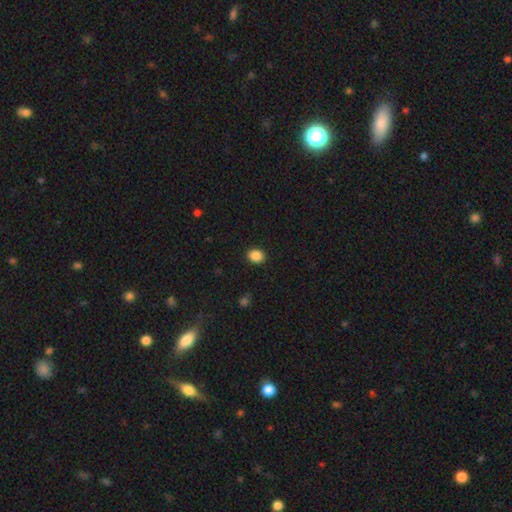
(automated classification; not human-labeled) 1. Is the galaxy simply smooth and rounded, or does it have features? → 87% smooth, 10% star or artifact, 3% featured or disk.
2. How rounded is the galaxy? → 58% round, 41% in between, 1% cigar-shaped.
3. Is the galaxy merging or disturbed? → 91% none, 6% minor disturbance, 2% major disturbance, 1% merger.